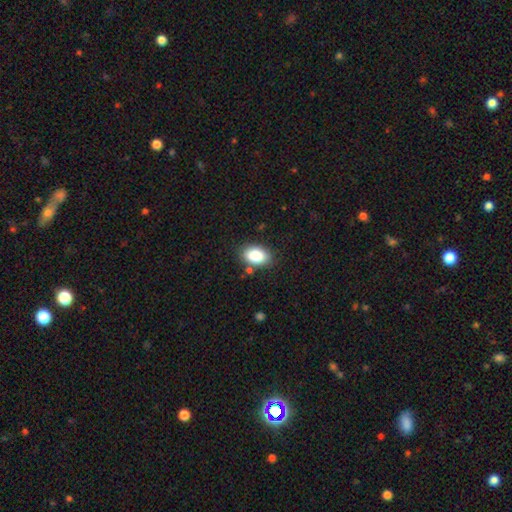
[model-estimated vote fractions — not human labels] A smooth galaxy with no disk features (87%) that is in between round and cigar-shaped (89%). Merging: none (82%).